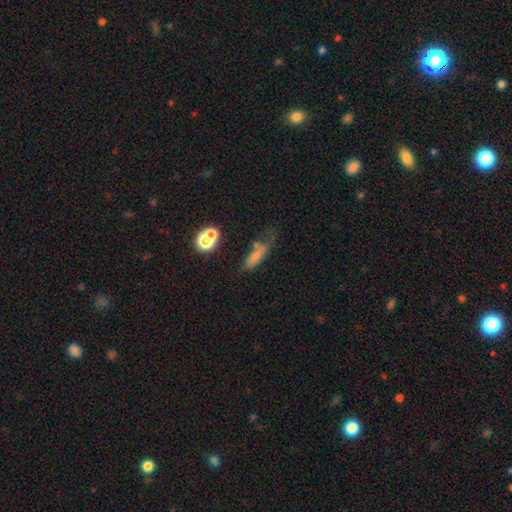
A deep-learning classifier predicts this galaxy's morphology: Smooth or featured? smooth (56%)
How rounded? cigar-shaped (47%)
Merging? none (40%)